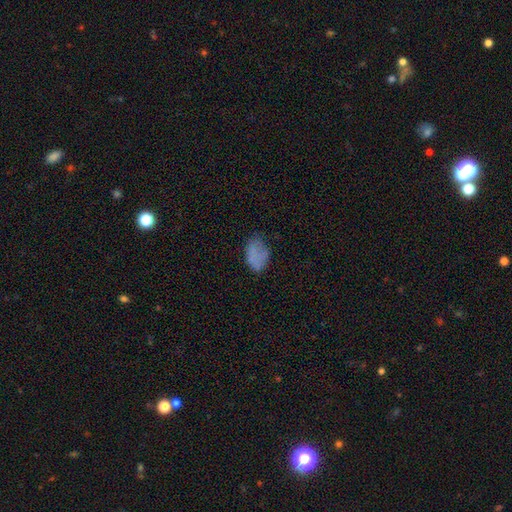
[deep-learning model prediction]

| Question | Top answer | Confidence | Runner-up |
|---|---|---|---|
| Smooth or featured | smooth | 72% | featured or disk (16%) |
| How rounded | in between | 88% | round (10%) |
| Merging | none | 49% | minor disturbance (31%) |